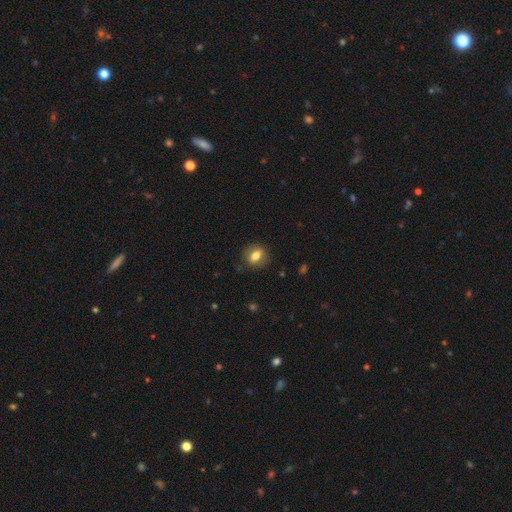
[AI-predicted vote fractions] This is likely a smooth galaxy (77%). How rounded: possibly round (50%). Merging: clearly none (82%).